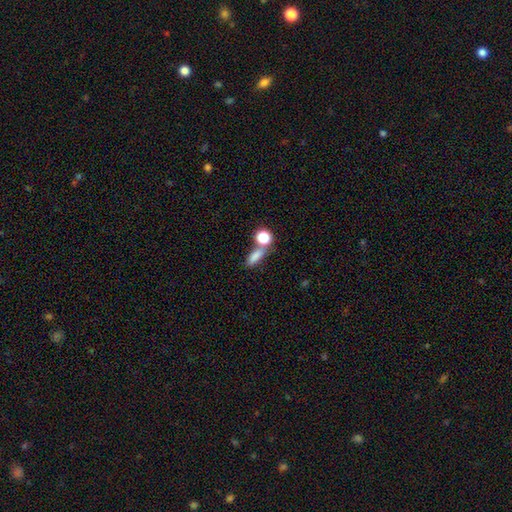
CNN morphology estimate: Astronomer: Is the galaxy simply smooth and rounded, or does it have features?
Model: smooth — 79%.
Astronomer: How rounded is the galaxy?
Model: in between — 55%.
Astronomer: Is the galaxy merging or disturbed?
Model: none — 53% (runner-up: merger, 31%).